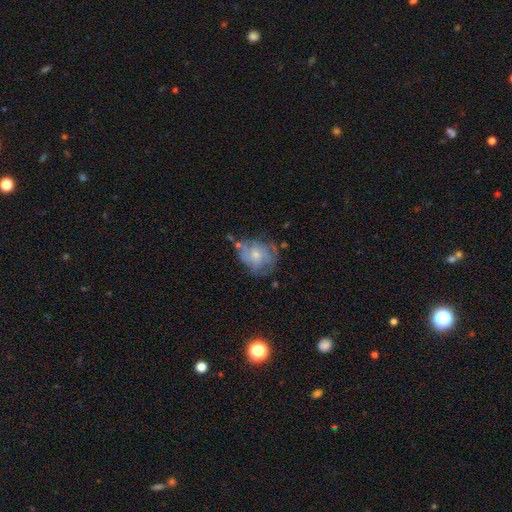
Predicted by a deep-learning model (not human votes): The model was most divided on "bulge size": small: 51%, moderate: 41%, none: 4%, large: 3%, dominant: 1%. Remaining: edge-on disk — no (97%); bar — no (81%); spiral arms — yes (58%); smooth or featured — featured or disk (53%); merging — none (49%).